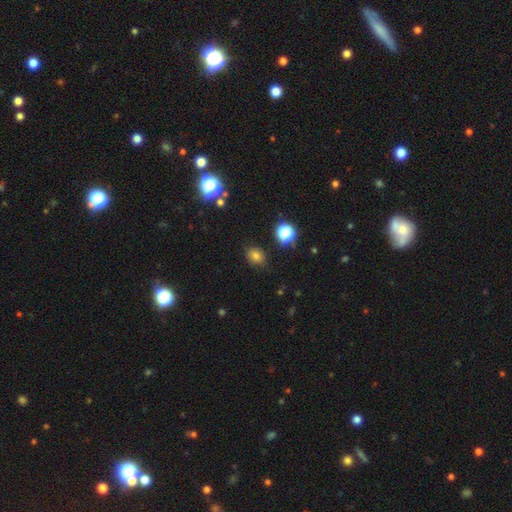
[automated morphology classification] smooth_or_featured: smooth (p=0.74) [alt: star or artifact p=0.18]
how_rounded: in between (p=0.54) [alt: round p=0.45]
merging: none (p=0.82) [alt: minor disturbance p=0.12]